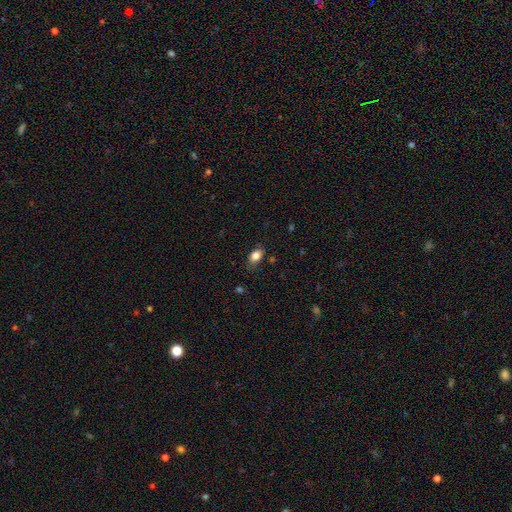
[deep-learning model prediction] Overall: smooth (85%). How rounded: in between (85%). Merging: none (79%).